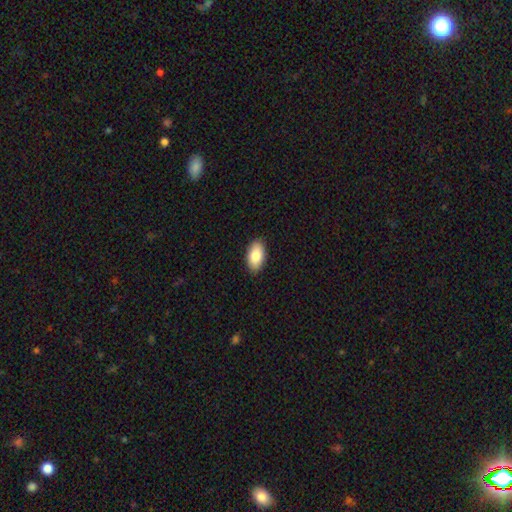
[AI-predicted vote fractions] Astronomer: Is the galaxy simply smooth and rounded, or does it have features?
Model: smooth — 85%.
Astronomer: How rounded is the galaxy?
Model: in between — 94%.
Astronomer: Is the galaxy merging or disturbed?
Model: none — 90%.